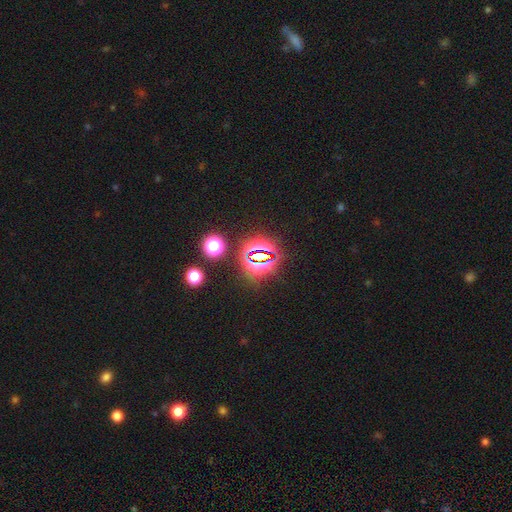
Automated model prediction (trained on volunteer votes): A star or artifact, not a galaxy (80%).

Vote fractions:
- Smooth or featured? star or artifact: 80% / smooth: 13% / featured or disk: 7%